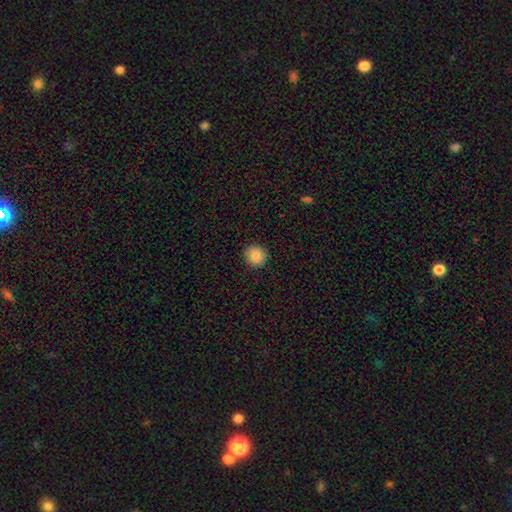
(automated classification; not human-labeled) Overall: smooth (87%). How rounded: round (92%). Merging: none (92%).